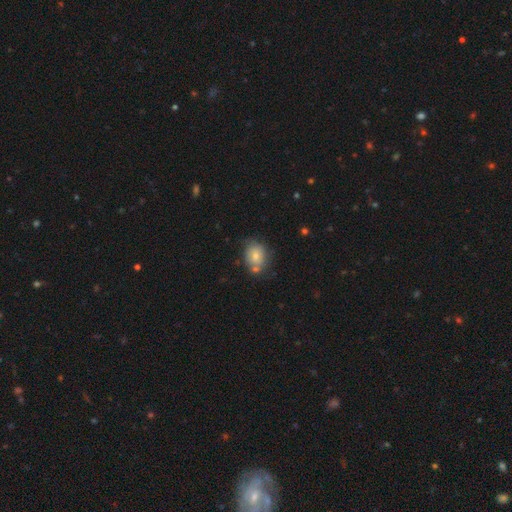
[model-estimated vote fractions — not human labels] This is likely a smooth galaxy (73%). How rounded: possibly in between (54%). Merging: possibly none (59%).